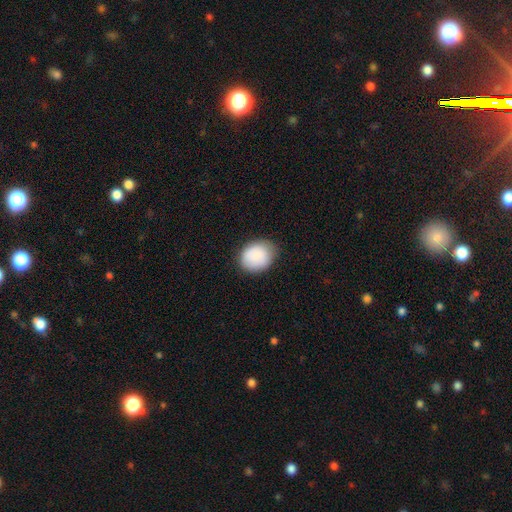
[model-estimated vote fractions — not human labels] Smooth or featured: smooth — 88% (star or artifact — 7%)
How rounded: round — 50% (tied with in between — 50%)
Merging: none — 76% (minor disturbance — 19%)